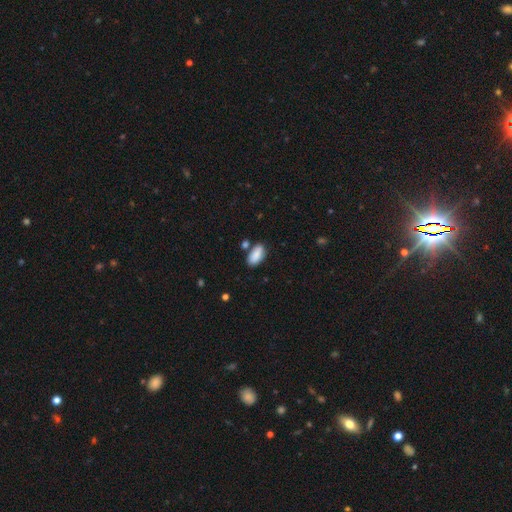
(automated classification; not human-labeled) A smooth galaxy with no disk features (88%) that is in between round and cigar-shaped (92%).

Vote fractions:
- Smooth or featured? smooth: 88% / star or artifact: 7% / featured or disk: 5%
- How rounded? in between: 92% / cigar-shaped: 5% / round: 3%
- Merging? none: 69% / minor disturbance: 14% / merger: 13% / major disturbance: 4%